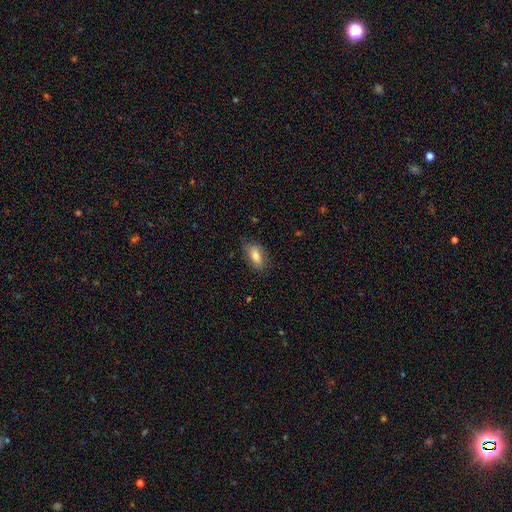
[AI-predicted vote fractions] A smooth galaxy with no disk features (74%) that is in between round and cigar-shaped (86%).

Vote fractions:
- Smooth or featured? smooth: 74% / featured or disk: 19% / star or artifact: 8%
- How rounded? in between: 86% / cigar-shaped: 9% / round: 5%
- Merging? none: 75% / minor disturbance: 19% / major disturbance: 5% / merger: 1%